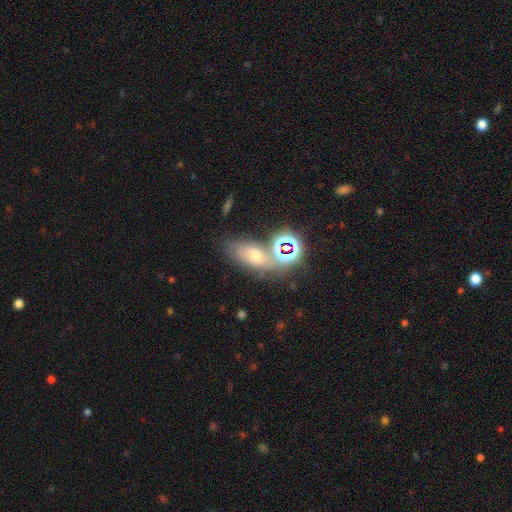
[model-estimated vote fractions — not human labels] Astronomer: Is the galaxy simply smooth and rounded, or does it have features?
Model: smooth — 44% (runner-up: star or artifact, 36%).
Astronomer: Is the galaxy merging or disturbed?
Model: none — 58%.